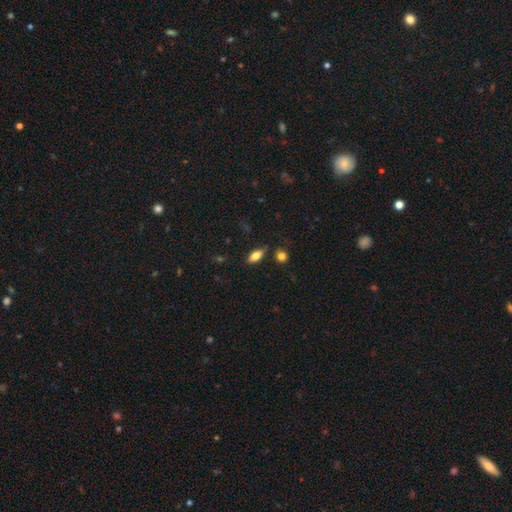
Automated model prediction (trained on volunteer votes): Smooth or featured: smooth — 73% (featured or disk — 19%)
How rounded: in between — 83% (cigar-shaped — 13%)
Merging: none — 80% (minor disturbance — 13%)